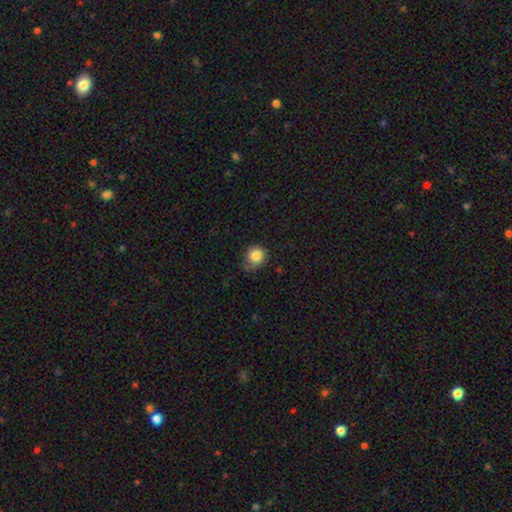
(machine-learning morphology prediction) Smooth or featured? smooth (84%)
How rounded? round (84%)
Merging? none (50%)